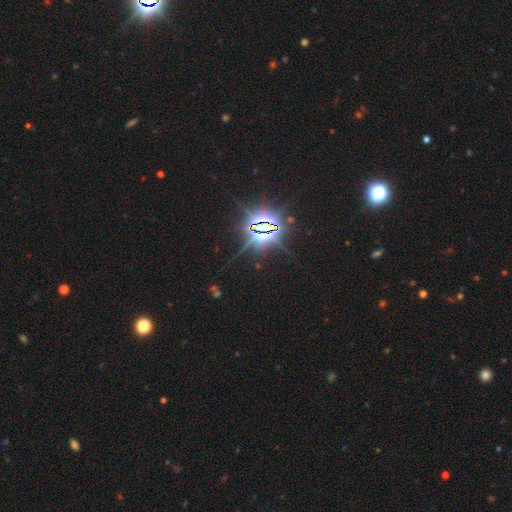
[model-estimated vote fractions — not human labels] Q: Smooth or featured?
A: star or artifact (84%); runner-up: smooth (9%)